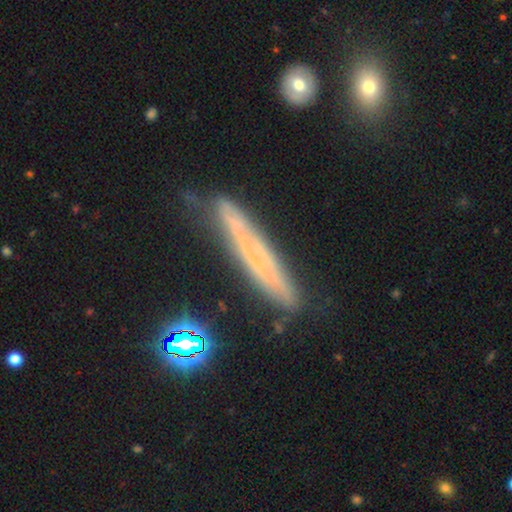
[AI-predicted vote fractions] Q: Smooth or featured?
A: featured or disk (49%); runner-up: smooth (40%)
Q: Merging?
A: none (70%); runner-up: minor disturbance (21%)